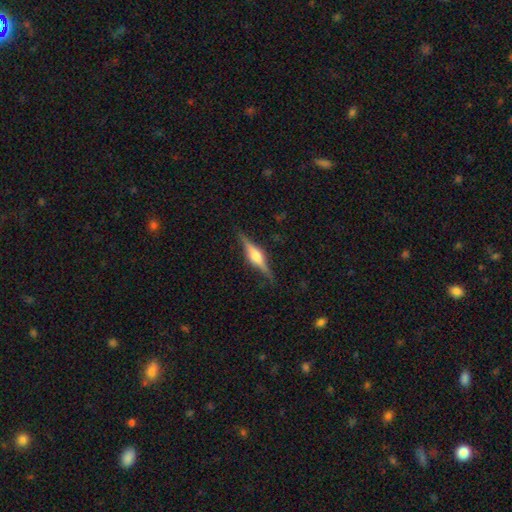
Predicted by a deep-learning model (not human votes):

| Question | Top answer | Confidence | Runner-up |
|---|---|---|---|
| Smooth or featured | featured or disk | 77% | smooth (17%) |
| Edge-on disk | yes | 98% | no (2%) |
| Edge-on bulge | rounded | 81% | boxy (15%) |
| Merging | none | 87% | minor disturbance (10%) |